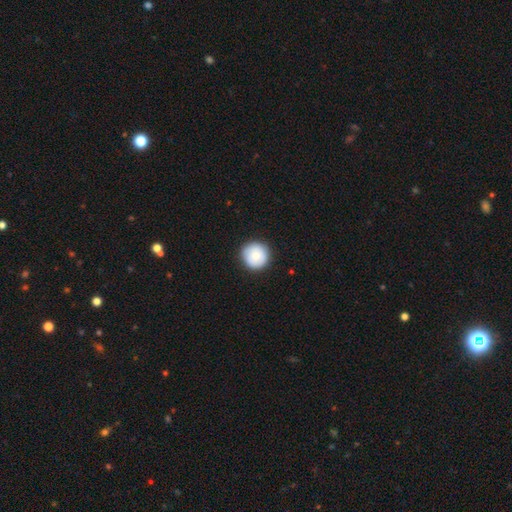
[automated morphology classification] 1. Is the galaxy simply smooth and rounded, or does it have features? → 78% smooth, 15% featured or disk, 7% star or artifact.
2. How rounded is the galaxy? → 95% round, 4% in between, 1% cigar-shaped.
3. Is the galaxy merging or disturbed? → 87% none, 10% minor disturbance, 2% major disturbance, 1% merger.